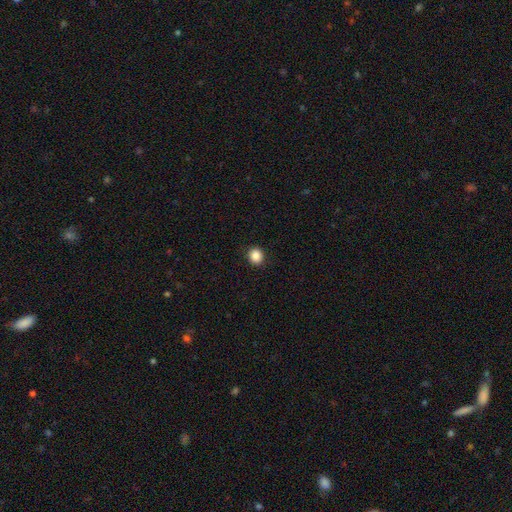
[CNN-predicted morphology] Smooth or featured?
  - smooth: 87% *
  - star or artifact: 10%
  - featured or disk: 4%
How rounded?
  - round: 82% *
  - in between: 17%
  - cigar-shaped: 1%
Merging?
  - none: 92% *
  - minor disturbance: 6%
  - major disturbance: 2%
  - merger: 1%